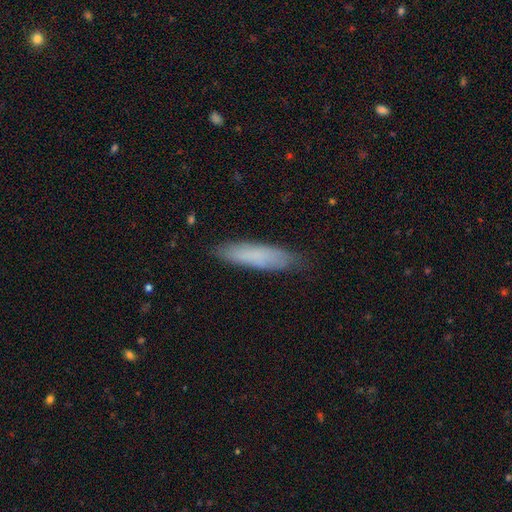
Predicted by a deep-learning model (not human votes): Smooth or featured?
  - smooth: 79% *
  - featured or disk: 14%
  - star or artifact: 7%
How rounded?
  - cigar-shaped: 72% *
  - in between: 26%
  - round: 1%
Merging?
  - none: 83% *
  - minor disturbance: 14%
  - major disturbance: 3%
  - merger: 1%